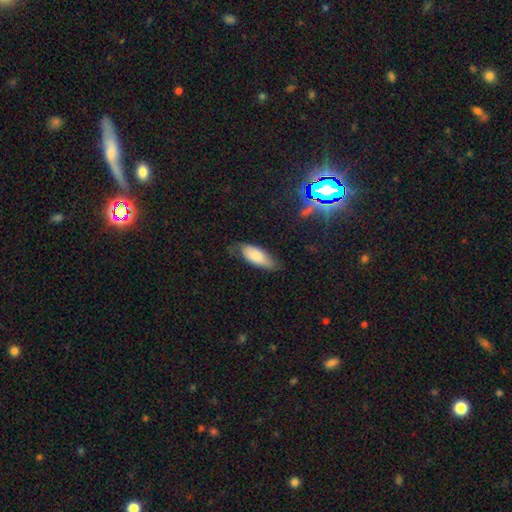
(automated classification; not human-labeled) Morphology: type=smooth (78%); roundness=in between (79%); merging=none (61%).